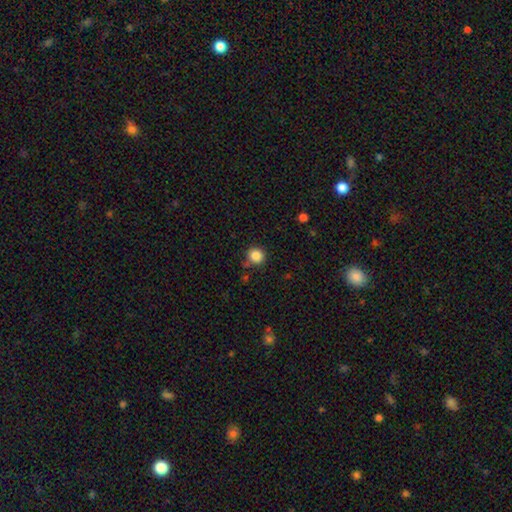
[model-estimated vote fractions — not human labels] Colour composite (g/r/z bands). It shows a smooth galaxy with no disk features (85%) that is round (91%). Merging: none (79%).